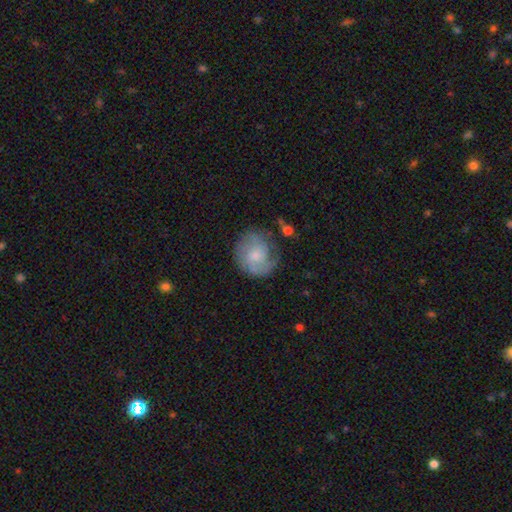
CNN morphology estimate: Smooth or featured?
  - featured or disk: 49% *
  - smooth: 44%
  - star or artifact: 7%
Merging?
  - none: 64% *
  - minor disturbance: 22%
  - major disturbance: 11%
  - merger: 3%